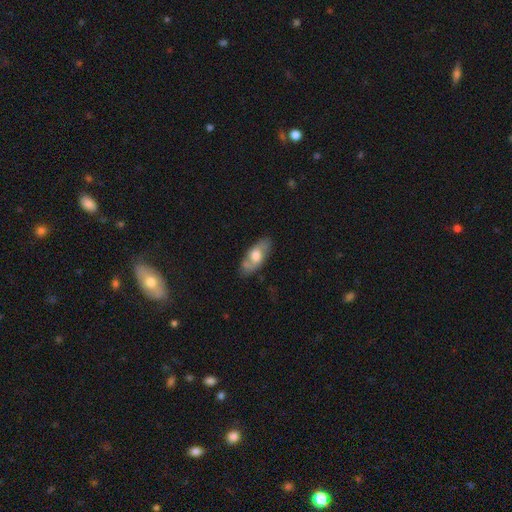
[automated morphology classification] This is possibly a smooth galaxy (48%). Merging: likely none (78%).